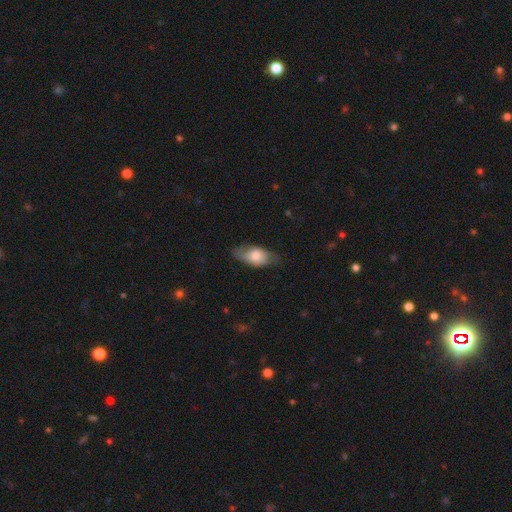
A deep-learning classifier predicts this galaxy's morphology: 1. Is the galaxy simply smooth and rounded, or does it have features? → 67% smooth, 27% featured or disk, 6% star or artifact.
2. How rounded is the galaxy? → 89% in between, 7% cigar-shaped, 5% round.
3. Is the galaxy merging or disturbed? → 67% none, 24% minor disturbance, 7% major disturbance, 1% merger.